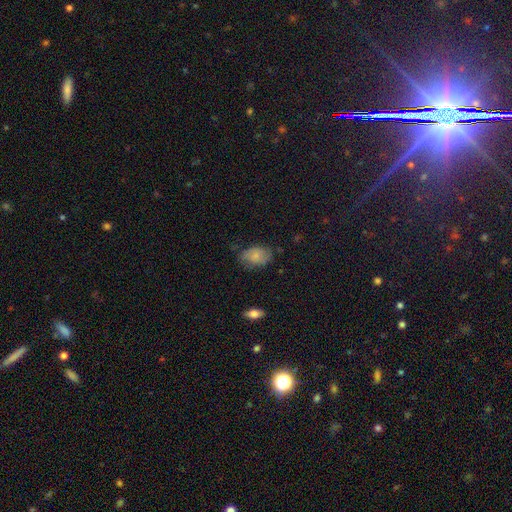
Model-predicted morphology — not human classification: Smooth or featured: smooth — 71% (featured or disk — 21%)
How rounded: in between — 87% (round — 12%)
Merging: none — 64% (minor disturbance — 27%)